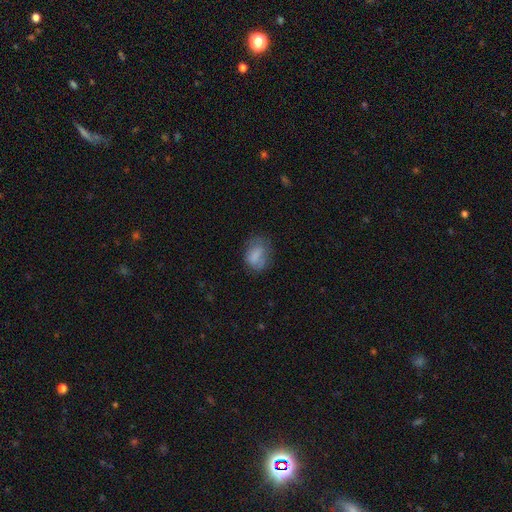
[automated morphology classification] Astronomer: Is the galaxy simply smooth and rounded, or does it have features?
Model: smooth — 74%.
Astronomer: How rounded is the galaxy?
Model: in between — 70%.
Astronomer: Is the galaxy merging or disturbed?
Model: none — 52% (runner-up: minor disturbance, 28%).